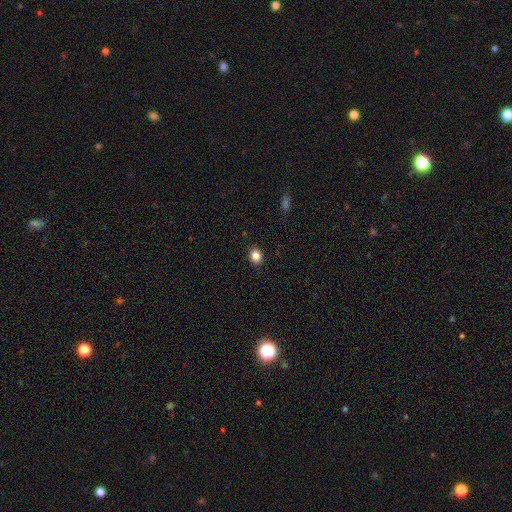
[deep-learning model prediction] A smooth galaxy with no disk features (84%) that is round (62%).

Vote fractions:
- Smooth or featured? smooth: 84% / star or artifact: 11% / featured or disk: 5%
- How rounded? round: 62% / in between: 37% / cigar-shaped: 1%
- Merging? none: 90% / minor disturbance: 7% / major disturbance: 2% / merger: 1%